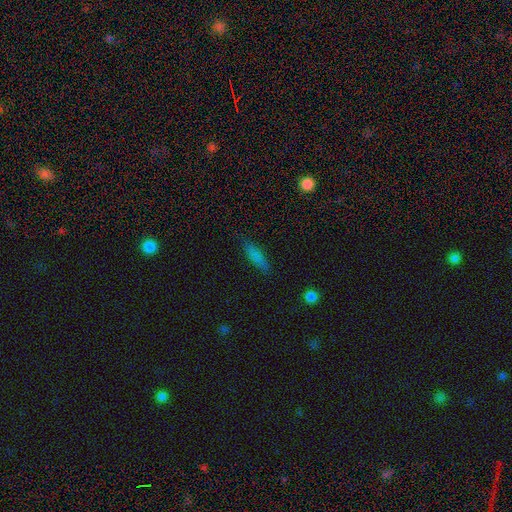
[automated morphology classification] Smooth or featured: smooth — 73% (featured or disk — 15%)
How rounded: cigar-shaped — 74% (in between — 23%)
Merging: none — 84% (minor disturbance — 12%)